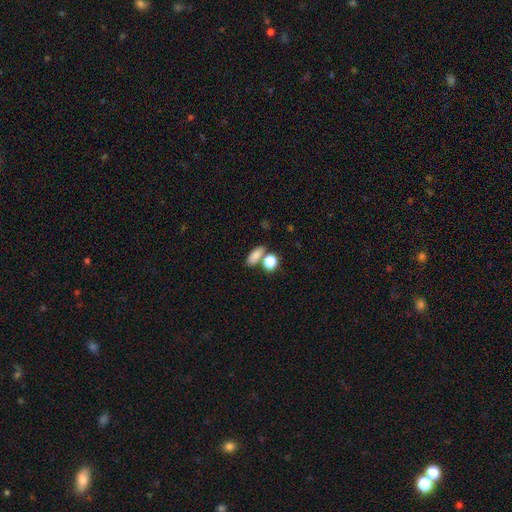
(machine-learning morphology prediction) smooth_or_featured: smooth (p=0.83) [alt: star or artifact p=0.11]
how_rounded: in between (p=0.74) [alt: round p=0.16]
merging: none (p=0.61) [alt: merger p=0.24]